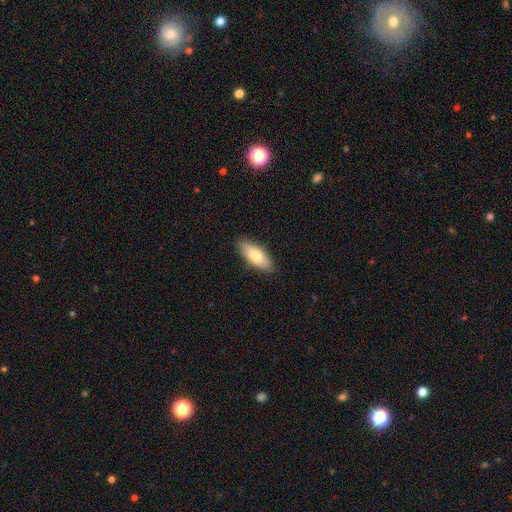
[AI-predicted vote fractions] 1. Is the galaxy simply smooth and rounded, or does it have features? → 78% smooth, 17% featured or disk, 6% star or artifact.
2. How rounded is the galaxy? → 77% in between, 21% cigar-shaped, 2% round.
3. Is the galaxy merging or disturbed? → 87% none, 10% minor disturbance, 2% major disturbance, 1% merger.